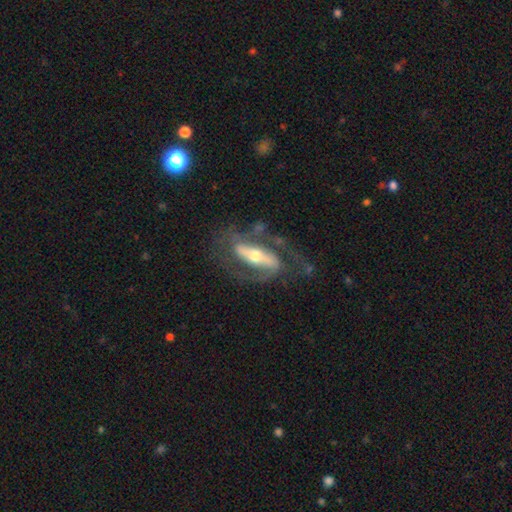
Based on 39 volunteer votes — This appears to be a featured or disk galaxy (82%) with a strong bar (63%), 2 (89%) medium (59%) spiral arms (90%) and a moderate central bulge (80%). Merging: none (51%).